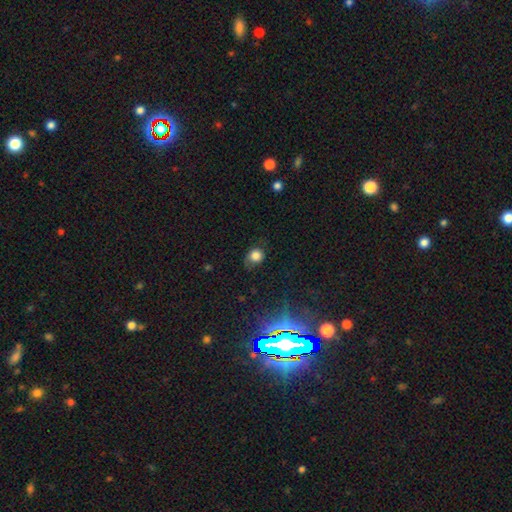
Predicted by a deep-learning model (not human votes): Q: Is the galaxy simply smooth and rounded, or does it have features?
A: smooth — 80%.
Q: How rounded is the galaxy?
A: round — 66%.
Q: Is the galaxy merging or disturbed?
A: none — 59%.